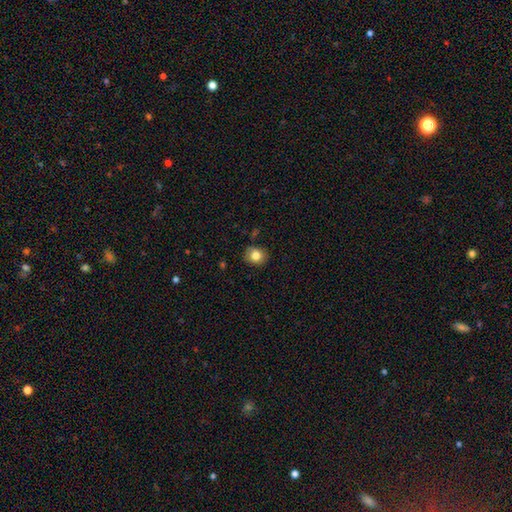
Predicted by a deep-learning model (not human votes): The model was most divided on "how rounded": round: 73%, in between: 26%, cigar-shaped: 1%. More confident: merging — none (86%); smooth or featured — smooth (81%).